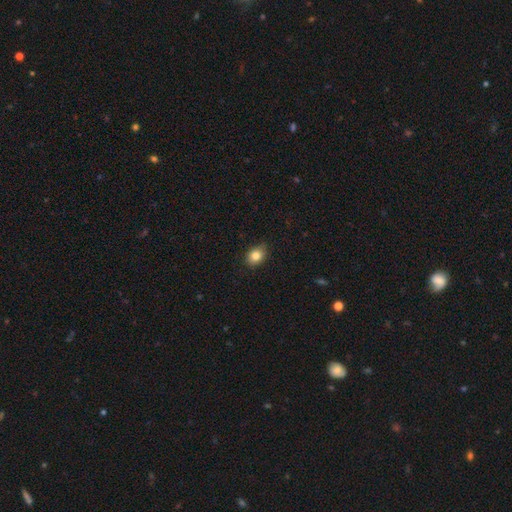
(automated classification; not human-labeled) This appears to be a smooth galaxy with no disk features (84%) that is in between round and cigar-shaped (60%). Merging: none (84%).